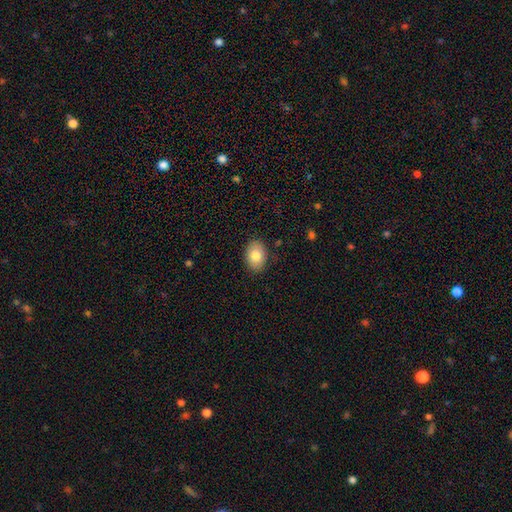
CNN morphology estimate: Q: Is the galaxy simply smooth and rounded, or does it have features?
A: smooth — 82%.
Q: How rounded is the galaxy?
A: in between — 79%.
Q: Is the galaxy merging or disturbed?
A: none — 87%.